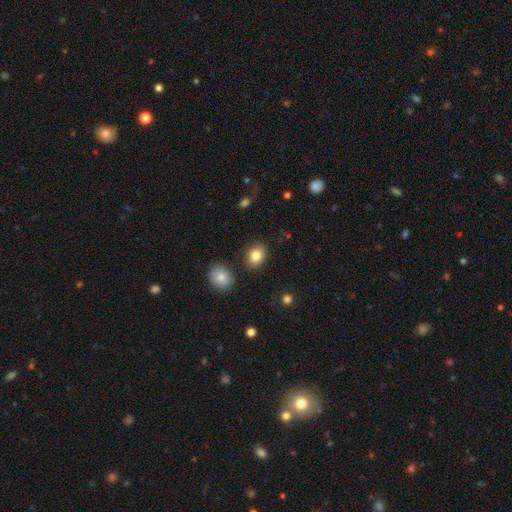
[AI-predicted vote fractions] Smooth or featured?
  - smooth: 83% *
  - star or artifact: 9%
  - featured or disk: 8%
How rounded?
  - round: 50% *
  - in between: 49%
  - cigar-shaped: 1%
Merging?
  - none: 86% *
  - minor disturbance: 8%
  - merger: 3%
  - major disturbance: 2%